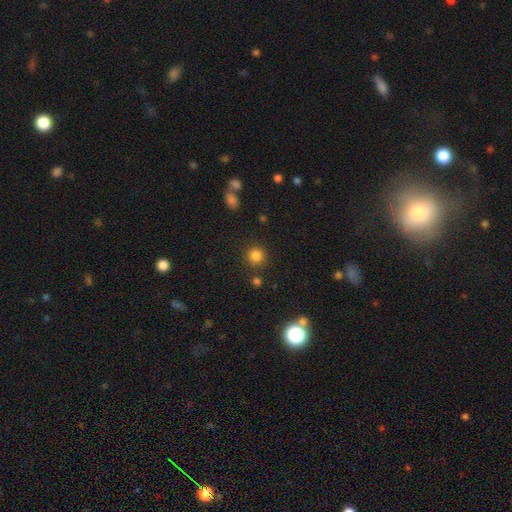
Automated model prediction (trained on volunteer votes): Q: Smooth or featured?
A: smooth (82%); runner-up: star or artifact (14%)
Q: How rounded?
A: round (93%); runner-up: in between (6%)
Q: Merging?
A: none (84%); runner-up: minor disturbance (8%)